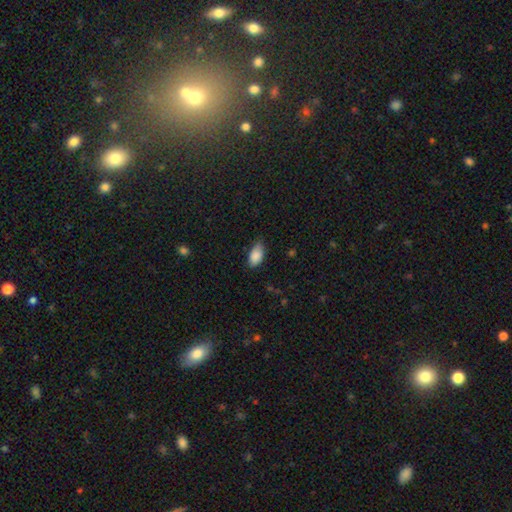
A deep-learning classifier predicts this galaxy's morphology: Smooth or featured? smooth (86%)
How rounded? in between (93%)
Merging? none (59%)